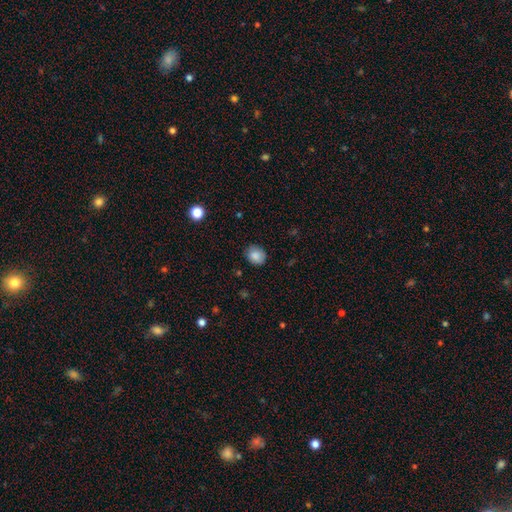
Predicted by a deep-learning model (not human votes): A smooth galaxy with no disk features (85%) that is round (66%).

Vote fractions:
- Smooth or featured? smooth: 85% / star or artifact: 9% / featured or disk: 6%
- How rounded? round: 66% / in between: 33% / cigar-shaped: 1%
- Merging? none: 83% / minor disturbance: 13% / major disturbance: 3% / merger: 1%